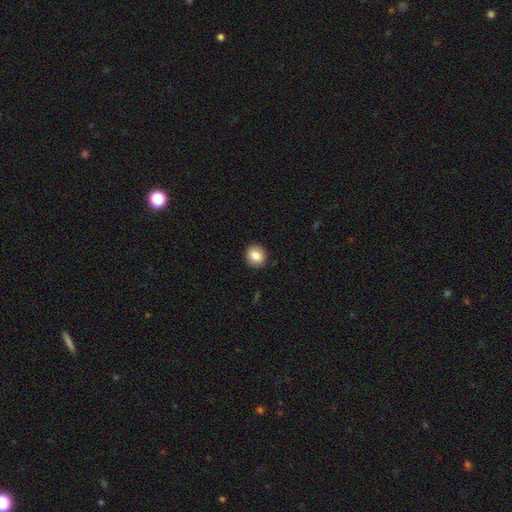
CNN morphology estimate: Q: Smooth or featured?
A: smooth (84%); runner-up: star or artifact (8%)
Q: How rounded?
A: round (82%); runner-up: in between (17%)
Q: Merging?
A: none (92%); runner-up: minor disturbance (6%)